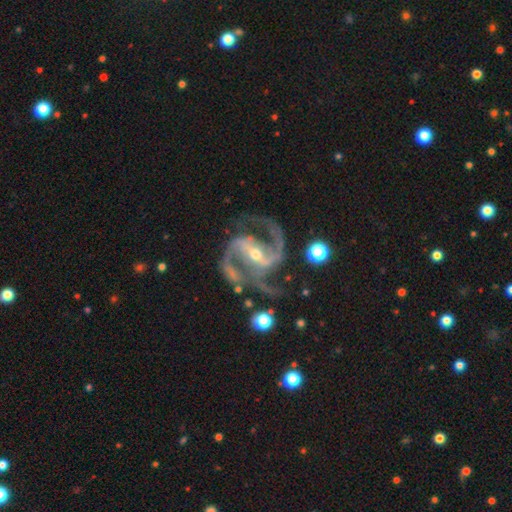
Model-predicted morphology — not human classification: Smooth or featured?
  - featured or disk: 93% *
  - star or artifact: 5%
  - smooth: 2%
Edge-on disk?
  - no: 98% *
  - yes: 2%
Bar?
  - strong: 60% *
  - weak: 29%
  - no: 11%
Spiral arms?
  - yes: 98% *
  - no: 2%
Spiral winding?
  - medium: 64% *
  - loose: 25%
  - tight: 11%
Spiral arm count?
  - 2: 89% *
  - 3: 5%
  - can't tell: 2%
  - 1: 2%
  - 4: 2%
  - more than 4: 1%
Bulge size?
  - small: 52% *
  - moderate: 44%
  - large: 2%
  - none: 1%
  - dominant: 1%
Merging?
  - none: 66% *
  - minor disturbance: 16%
  - major disturbance: 14%
  - merger: 4%